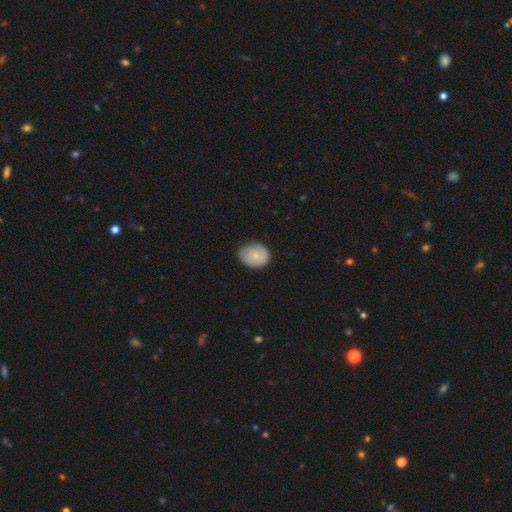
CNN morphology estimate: The model was most divided on "how rounded": in between: 58%, round: 41%, cigar-shaped: 1%. More confident: merging — none (70%); smooth or featured — smooth (66%).